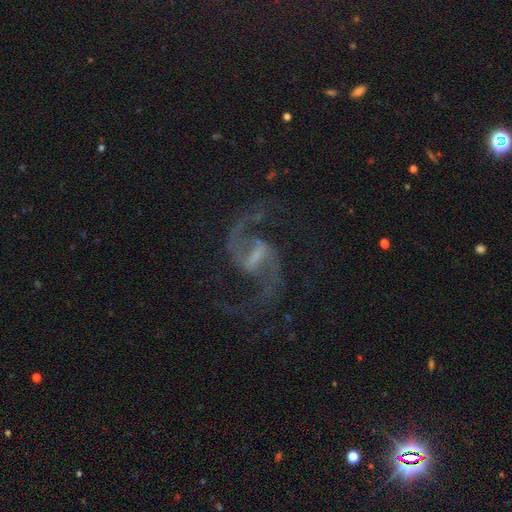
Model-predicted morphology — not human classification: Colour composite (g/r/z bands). It shows a featured or disk galaxy (92%) with a weak bar (50%), 2 (94%) loose (49%) spiral arms (98%) and a small central bulge (41%). Merging: none (76%).